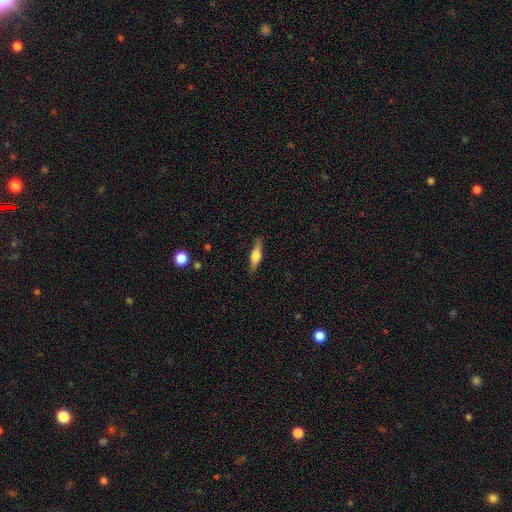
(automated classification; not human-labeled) Smooth or featured? featured or disk (53%)
Edge-on disk? yes (95%)
Merging? none (86%)